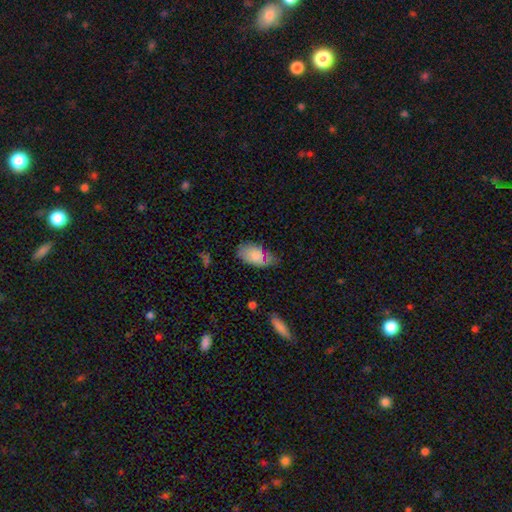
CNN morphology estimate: A smooth galaxy with no disk features (75%) that is in between round and cigar-shaped (93%).

Vote fractions:
- Smooth or featured? smooth: 75% / featured or disk: 17% / star or artifact: 8%
- How rounded? in between: 93% / round: 5% / cigar-shaped: 2%
- Merging? none: 61% / minor disturbance: 29% / major disturbance: 8% / merger: 3%